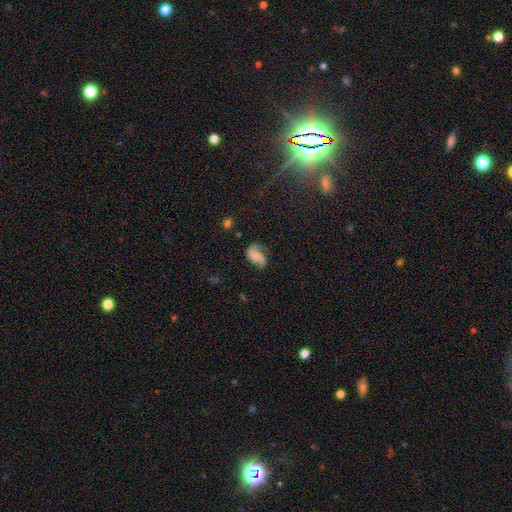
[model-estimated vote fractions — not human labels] Smooth or featured?
  - featured or disk: 61% *
  - smooth: 30%
  - star or artifact: 9%
Edge-on disk?
  - no: 98% *
  - yes: 2%
Bar?
  - no: 63% *
  - weak: 29%
  - strong: 8%
Spiral arms?
  - yes: 91% *
  - no: 9%
Spiral winding?
  - loose: 47% *
  - medium: 38%
  - tight: 16%
Spiral arm count?
  - 2: 71% *
  - 1: 19%
  - can't tell: 6%
  - 3: 2%
  - 4: 1%
  - more than 4: 1%
Bulge size?
  - none: 44% *
  - small: 28%
  - moderate: 17%
  - large: 8%
  - dominant: 3%
Merging?
  - none: 49% *
  - minor disturbance: 26%
  - major disturbance: 22%
  - merger: 3%